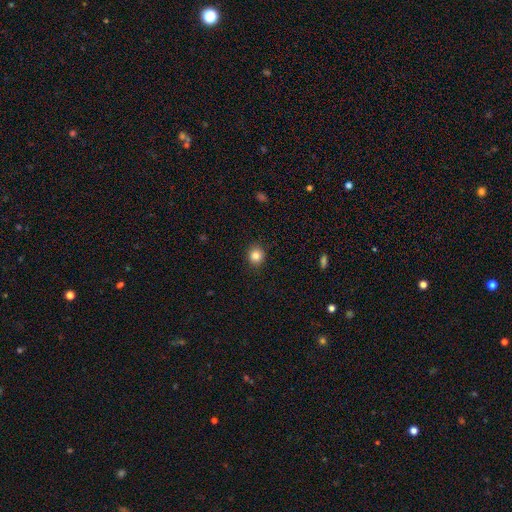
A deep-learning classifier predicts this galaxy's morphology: type=smooth (85%); roundness=round (86%); merging=none (90%).